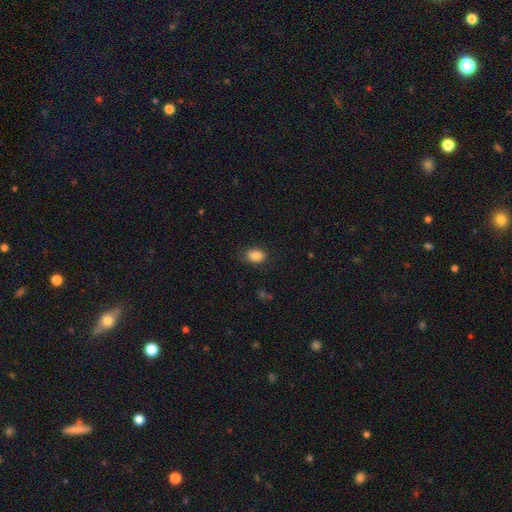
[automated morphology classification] Smooth or featured?
  - smooth: 86% *
  - star or artifact: 9%
  - featured or disk: 4%
How rounded?
  - in between: 72% *
  - round: 27%
  - cigar-shaped: 1%
Merging?
  - none: 79% *
  - minor disturbance: 16%
  - major disturbance: 4%
  - merger: 1%